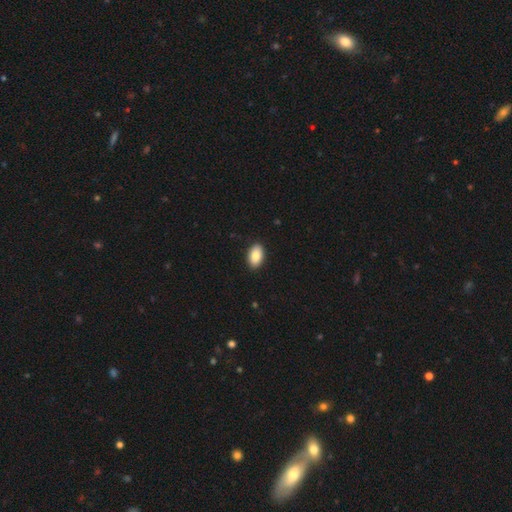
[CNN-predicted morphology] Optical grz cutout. It shows a smooth galaxy with no disk features (87%) that is in between round and cigar-shaped (93%). Merging: none (90%).